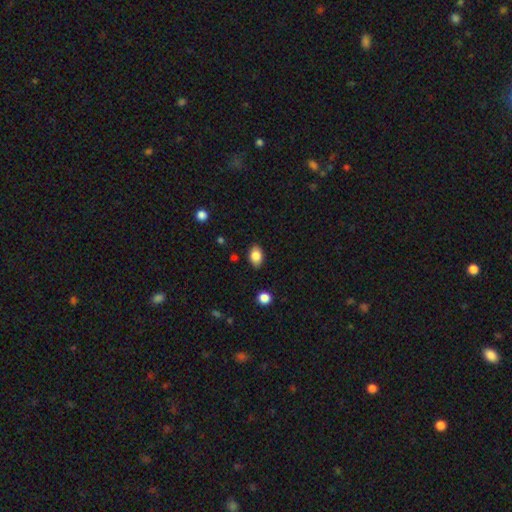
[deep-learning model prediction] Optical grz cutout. It shows a smooth galaxy with no disk features (84%) that is in between round and cigar-shaped (84%). Merging: none (85%).